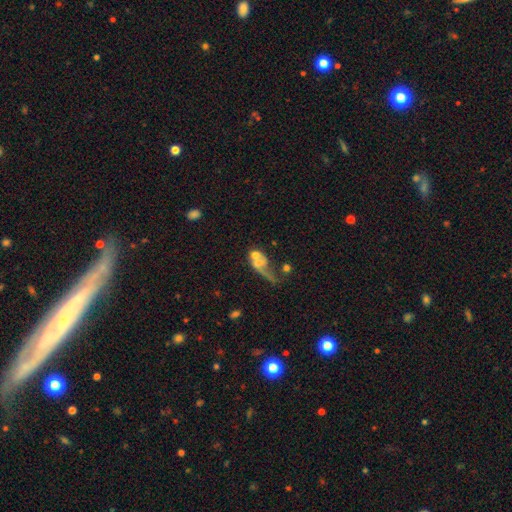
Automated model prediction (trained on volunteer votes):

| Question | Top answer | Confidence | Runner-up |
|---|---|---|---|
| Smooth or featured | featured or disk | 45% | smooth (44%) |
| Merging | merger | 49% | major disturbance (27%) |